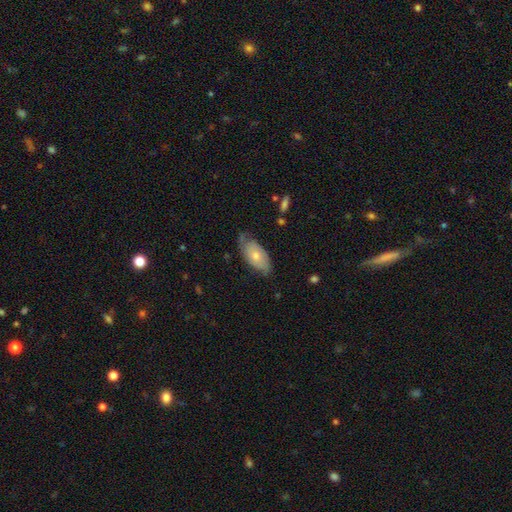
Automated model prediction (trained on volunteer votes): This appears to be a smooth galaxy with no disk features (48%). Merging: none (59%).